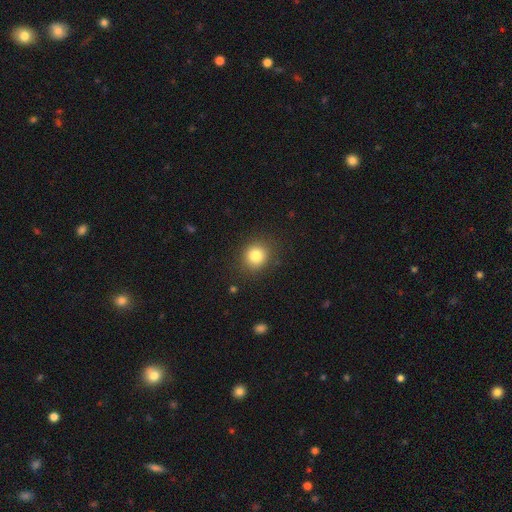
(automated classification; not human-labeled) smooth-or-featured: smooth: 82% | star or artifact: 11% | featured or disk: 7%
  how-rounded: round: 84% | in between: 15% | cigar-shaped: 1%
  merging: none: 87% | minor disturbance: 9% | major disturbance: 3% | merger: 1%